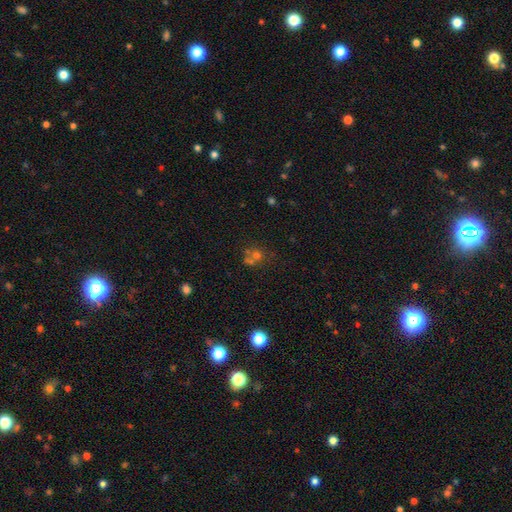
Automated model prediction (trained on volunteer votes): Smooth or featured?
  - smooth: 49% *
  - star or artifact: 34%
  - featured or disk: 17%
Merging?
  - none: 48% *
  - merger: 35%
  - minor disturbance: 10%
  - major disturbance: 7%